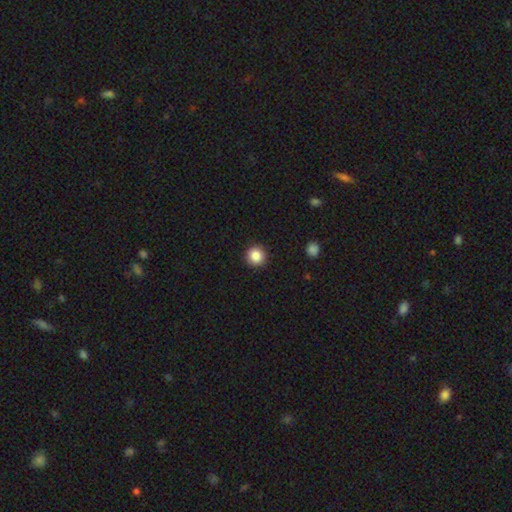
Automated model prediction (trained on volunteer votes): Smooth or featured?
  - smooth: 87% *
  - star or artifact: 9%
  - featured or disk: 4%
How rounded?
  - round: 95% *
  - in between: 4%
  - cigar-shaped: 1%
Merging?
  - none: 92% *
  - minor disturbance: 5%
  - major disturbance: 2%
  - merger: 1%